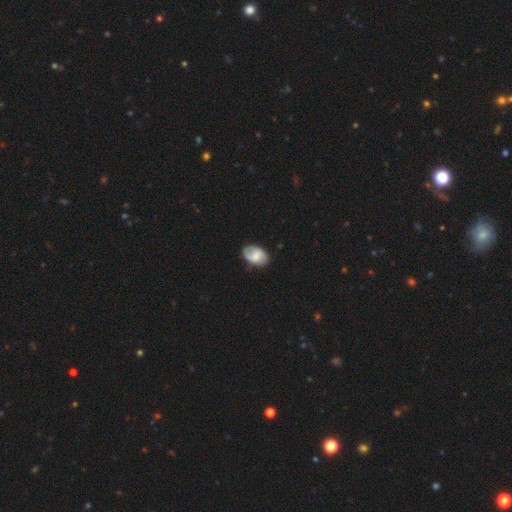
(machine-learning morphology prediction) A smooth galaxy with no disk features (58%) that is in between round and cigar-shaped (84%).

Vote fractions:
- Smooth or featured? smooth: 58% / featured or disk: 35% / star or artifact: 7%
- How rounded? in between: 84% / round: 15% / cigar-shaped: 1%
- Merging? none: 69% / minor disturbance: 23% / major disturbance: 6% / merger: 2%